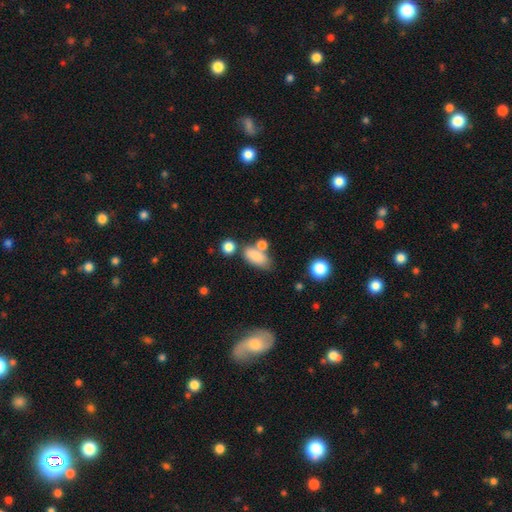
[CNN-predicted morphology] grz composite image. It shows a smooth galaxy with no disk features (79%) that is in between round and cigar-shaped (86%). Merging: none (50%).